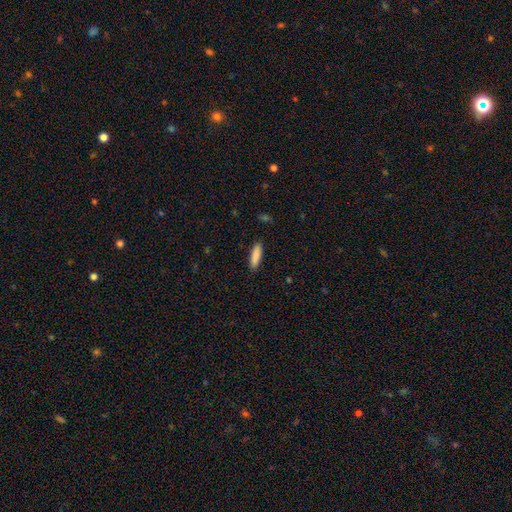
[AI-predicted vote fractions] Smooth or featured?
  - smooth: 88% *
  - star or artifact: 6%
  - featured or disk: 6%
How rounded?
  - cigar-shaped: 62% *
  - in between: 36%
  - round: 1%
Merging?
  - none: 89% *
  - minor disturbance: 8%
  - major disturbance: 2%
  - merger: 1%